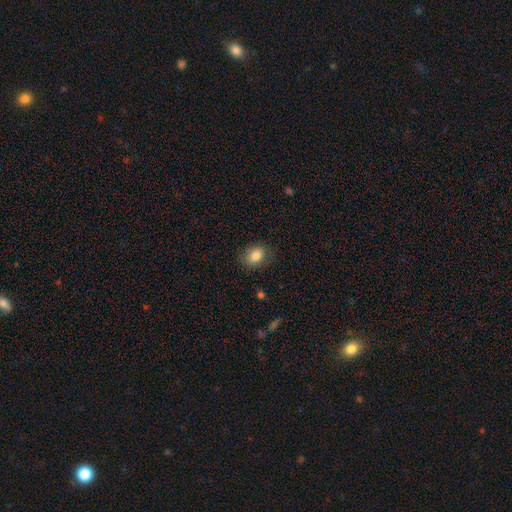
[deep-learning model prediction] Smooth or featured?
  - smooth: 83% *
  - star or artifact: 9%
  - featured or disk: 8%
How rounded?
  - in between: 64% *
  - round: 35%
  - cigar-shaped: 1%
Merging?
  - none: 79% *
  - minor disturbance: 16%
  - major disturbance: 5%
  - merger: 1%